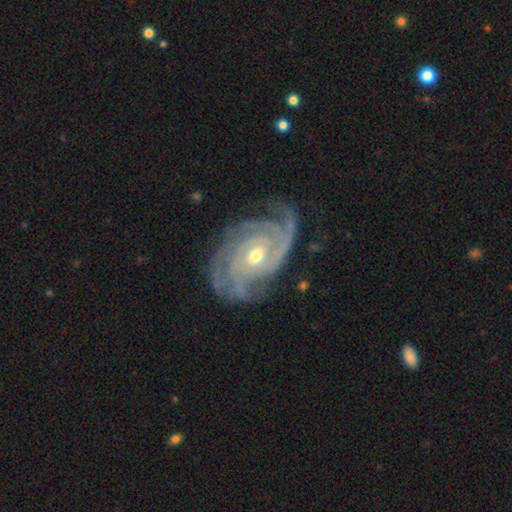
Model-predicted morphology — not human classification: This is clearly a featured or disk galaxy (93%). It is clearly not viewed edge-on (97%). Bar: likely no (61%). Spiral arm pattern: clearly yes (99%). Spiral arm count: marginally 3 (32%). Spiral winding: likely tight (74%). Central bulge: possibly moderate (55%). Merging: likely none (76%).